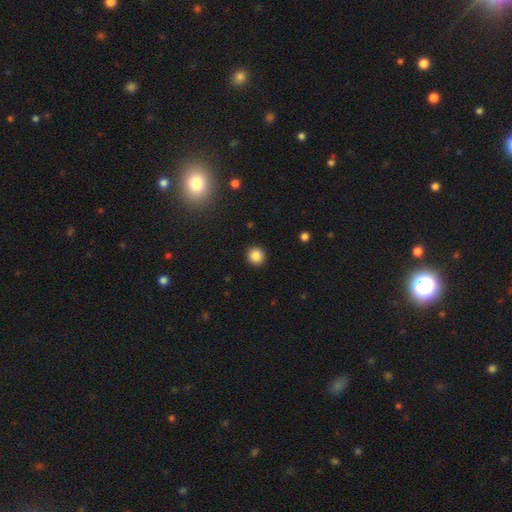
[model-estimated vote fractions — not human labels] Smooth or featured? Predicted: smooth (p=0.85). How rounded? Predicted: round (p=0.91). Merging? Predicted: none (p=0.91).